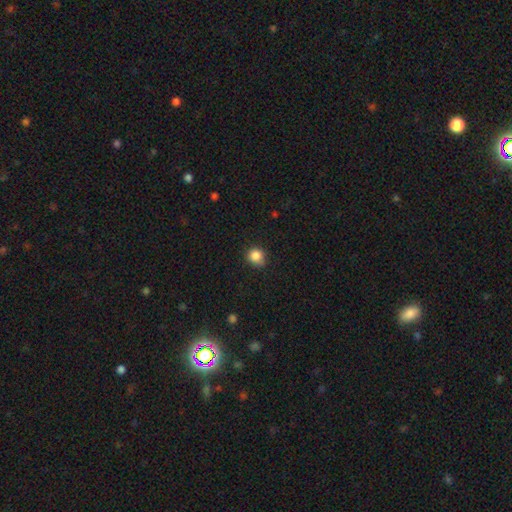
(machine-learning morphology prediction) type=smooth (86%); roundness=round (82%); merging=none (75%).